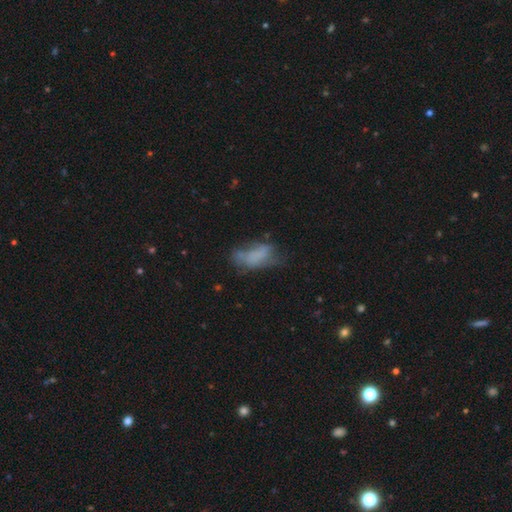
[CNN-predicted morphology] smooth_or_featured: smooth (p=0.54) [alt: featured or disk p=0.33]
how_rounded: in between (p=0.86) [alt: cigar-shaped p=0.10]
merging: none (p=0.34) [alt: major disturbance p=0.31]